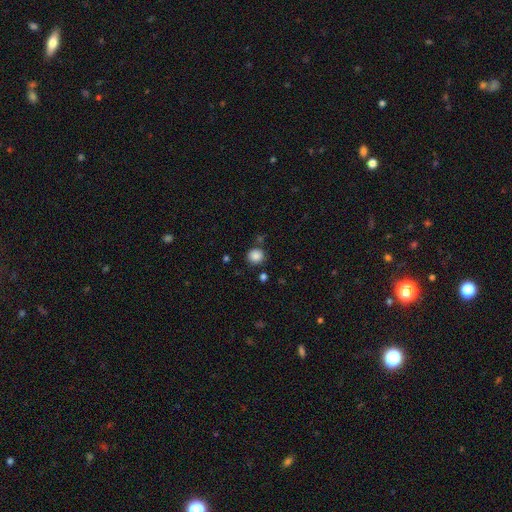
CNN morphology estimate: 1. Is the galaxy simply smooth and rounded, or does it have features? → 86% smooth, 10% star or artifact, 4% featured or disk.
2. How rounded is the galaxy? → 90% round, 9% in between, 1% cigar-shaped.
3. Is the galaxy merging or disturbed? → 83% none, 9% minor disturbance, 6% merger, 3% major disturbance.